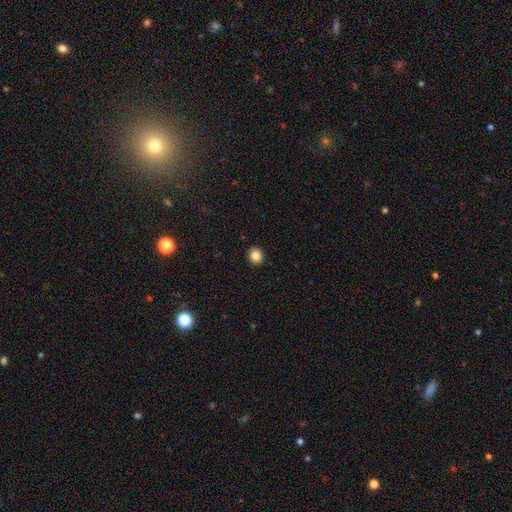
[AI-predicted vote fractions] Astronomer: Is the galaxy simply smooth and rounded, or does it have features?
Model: smooth — 85%.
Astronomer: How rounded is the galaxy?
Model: round — 78%.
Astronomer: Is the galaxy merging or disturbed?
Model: none — 92%.